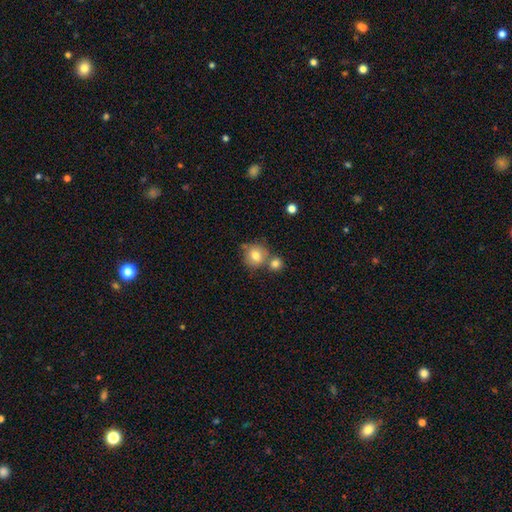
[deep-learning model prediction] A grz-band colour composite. It shows a smooth galaxy with no disk features (77%) that is round (83%). Merging: none (51%).